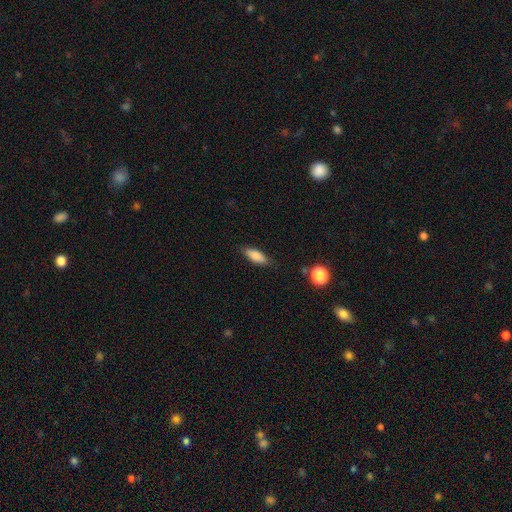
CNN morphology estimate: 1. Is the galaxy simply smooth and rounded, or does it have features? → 82% smooth, 11% featured or disk, 7% star or artifact.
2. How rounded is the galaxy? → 73% in between, 24% cigar-shaped, 3% round.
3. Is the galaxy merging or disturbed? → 81% none, 15% minor disturbance, 3% major disturbance, 2% merger.